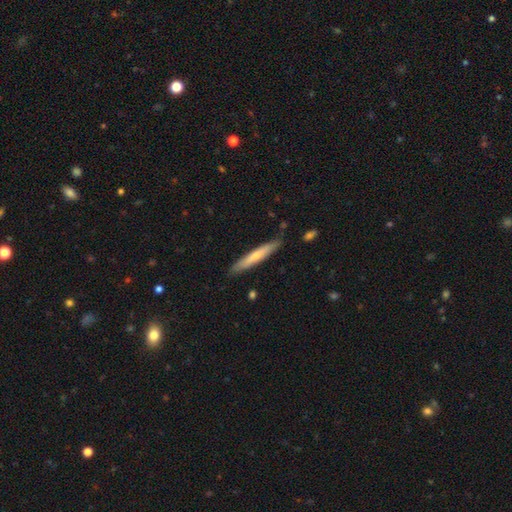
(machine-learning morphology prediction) This appears to be a smooth galaxy with no disk features (59%) that is cigar-shaped (94%). Merging: none (86%).